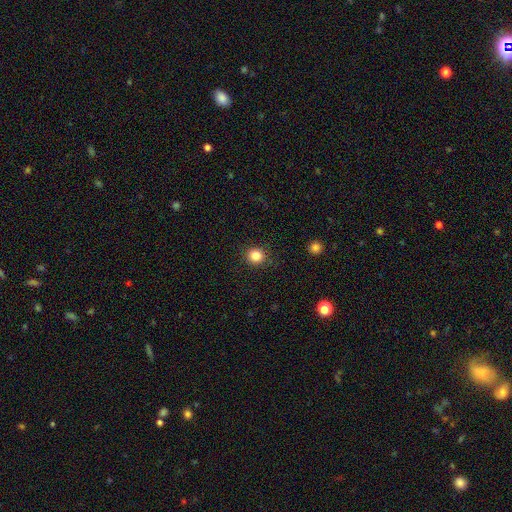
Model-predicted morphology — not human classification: Smooth or featured?
  - smooth: 84% *
  - star or artifact: 11%
  - featured or disk: 4%
How rounded?
  - round: 89% *
  - in between: 10%
  - cigar-shaped: 1%
Merging?
  - none: 89% *
  - minor disturbance: 7%
  - major disturbance: 3%
  - merger: 1%